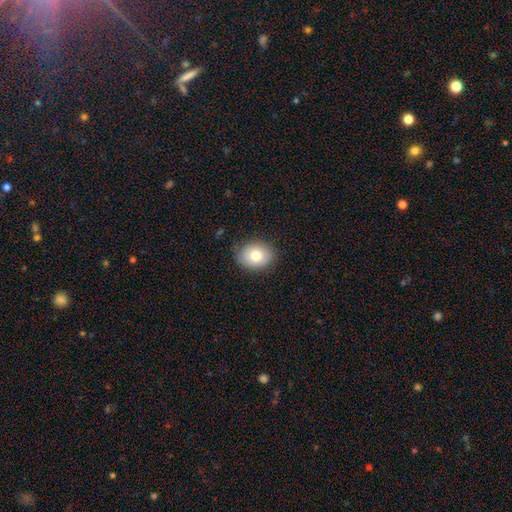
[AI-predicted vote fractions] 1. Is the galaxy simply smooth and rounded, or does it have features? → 80% smooth, 12% featured or disk, 8% star or artifact.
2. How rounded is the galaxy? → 66% in between, 33% round, 1% cigar-shaped.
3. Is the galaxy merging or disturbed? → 85% none, 11% minor disturbance, 3% major disturbance, 1% merger.